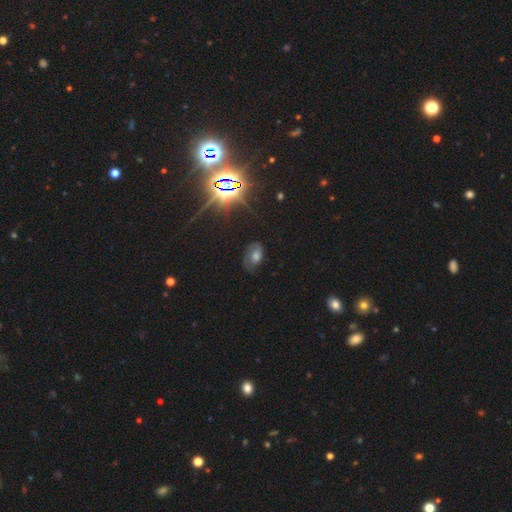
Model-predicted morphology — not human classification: type=star or artifact (40%).